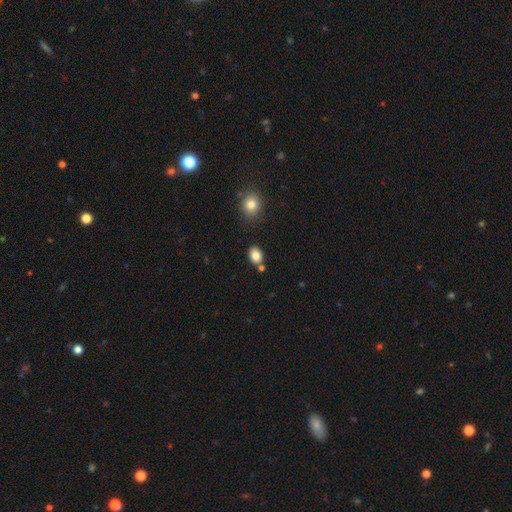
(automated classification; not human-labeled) Q: Smooth or featured?
A: smooth (85%); runner-up: star or artifact (10%)
Q: How rounded?
A: in between (64%); runner-up: round (35%)
Q: Merging?
A: none (75%); runner-up: minor disturbance (12%)